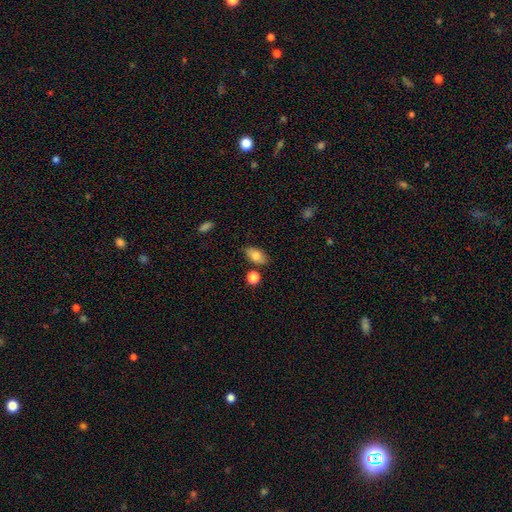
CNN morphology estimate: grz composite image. It shows a smooth galaxy with no disk features (81%) that is in between round and cigar-shaped (90%). Merging: none (79%).